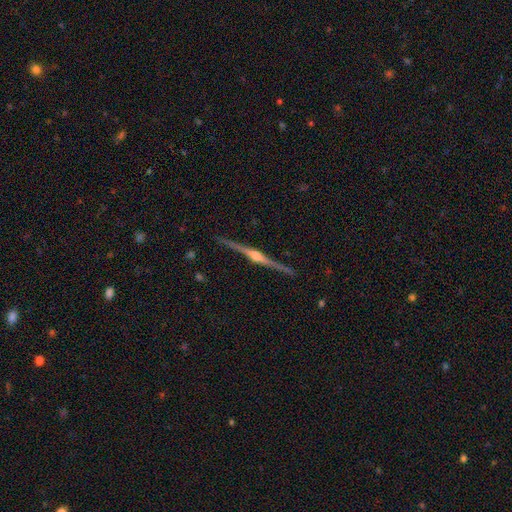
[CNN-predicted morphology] Q: Smooth or featured?
A: featured or disk (88%); runner-up: smooth (7%)
Q: Edge-on disk?
A: yes (99%); runner-up: no (1%)
Q: Edge-on bulge?
A: rounded (93%); runner-up: boxy (4%)
Q: Merging?
A: none (91%); runner-up: minor disturbance (7%)